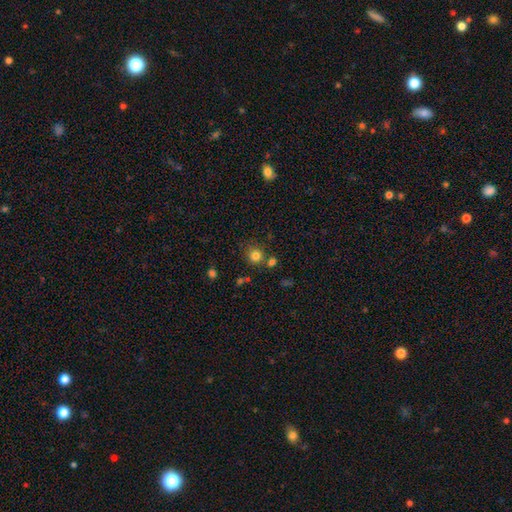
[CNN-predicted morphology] A smooth galaxy with no disk features (81%) that is round (89%). Merging: none (74%).